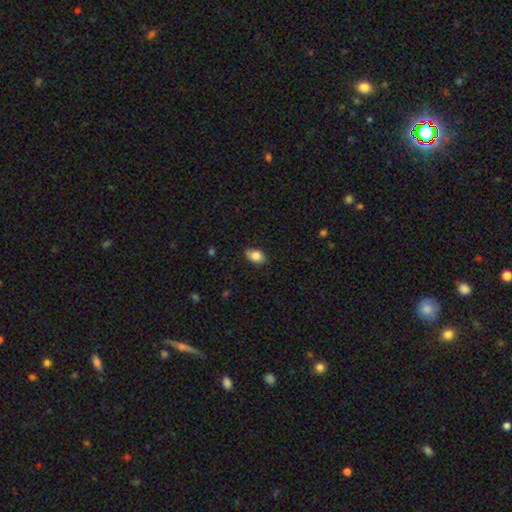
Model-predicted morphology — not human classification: smooth 84%, featured or disk 8%, star or artifact 8%. Down the decision tree: how rounded — in between (86%); merging — none (82%).